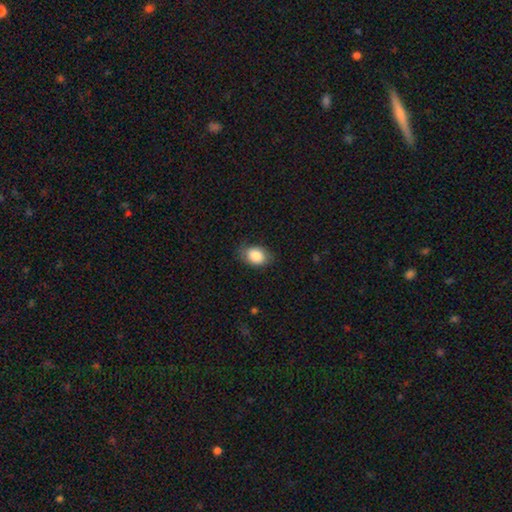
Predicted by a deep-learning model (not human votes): smooth_or_featured: smooth (p=0.86) [alt: star or artifact p=0.07]
how_rounded: in between (p=0.73) [alt: round p=0.25]
merging: none (p=0.75) [alt: minor disturbance p=0.19]